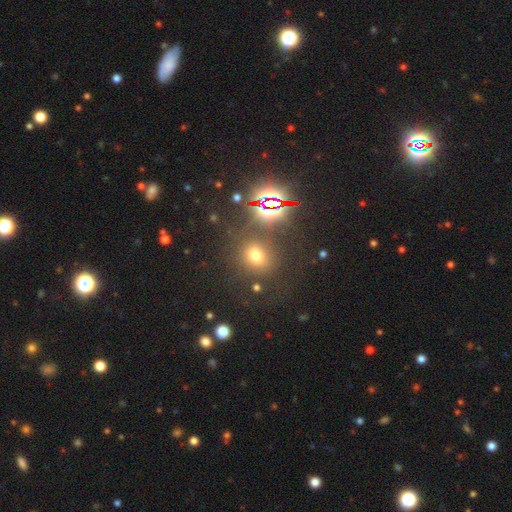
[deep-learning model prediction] This appears to be a smooth galaxy with no disk features (61%) that is round (63%). Merging: none (75%).